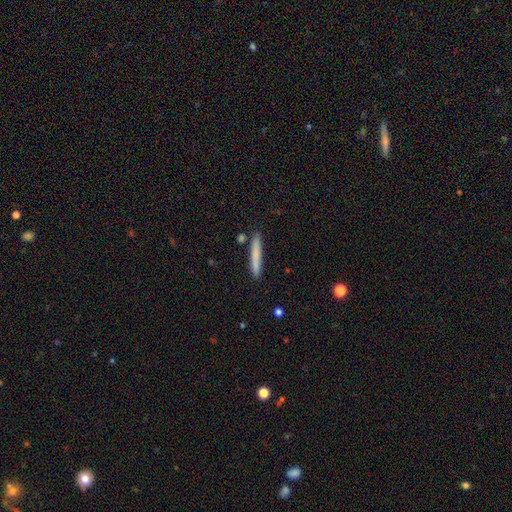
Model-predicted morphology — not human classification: A smooth galaxy with no disk features (76%) that is cigar-shaped (95%). Merging: none (86%).